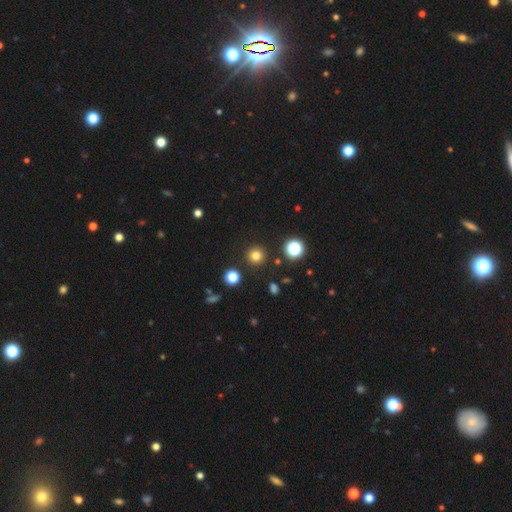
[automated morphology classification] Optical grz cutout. It shows a smooth galaxy with no disk features (79%) that is round (95%). Merging: none (91%).